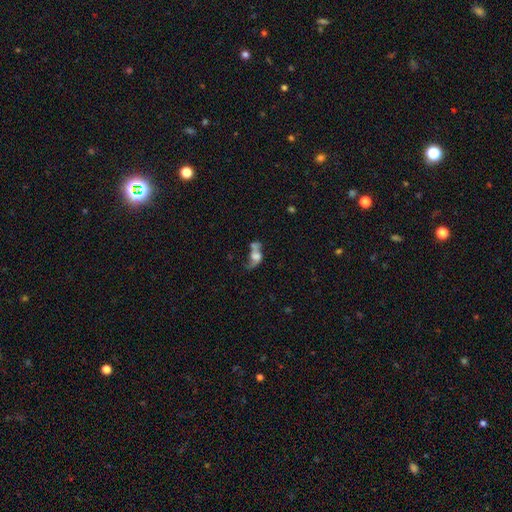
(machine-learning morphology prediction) This is possibly a featured or disk galaxy (51%). It is clearly not viewed edge-on (92%). Merging: marginally merger (38%).